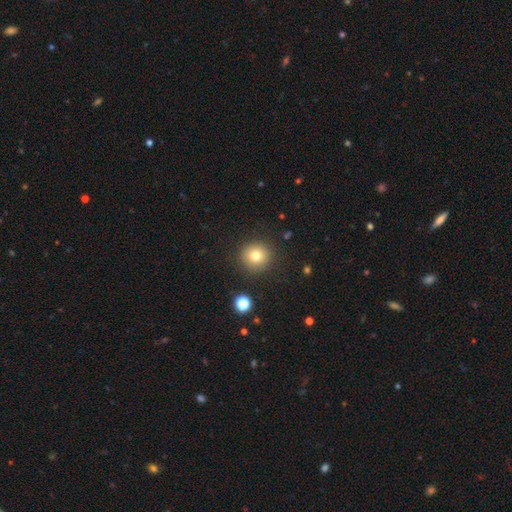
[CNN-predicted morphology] smooth-or-featured: smooth: 77% | star or artifact: 13% | featured or disk: 10%
  how-rounded: round: 93% | in between: 6% | cigar-shaped: 1%
  merging: none: 89% | minor disturbance: 7% | major disturbance: 3% | merger: 2%